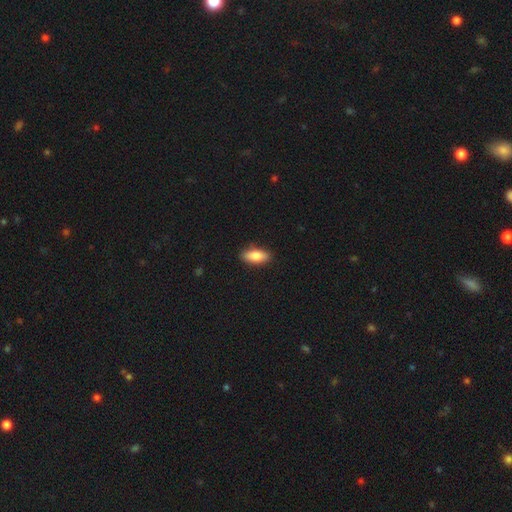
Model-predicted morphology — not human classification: The model was most divided on "how rounded": in between: 83%, cigar-shaped: 14%, round: 3%. More confident: merging — none (88%); smooth or featured — smooth (83%).